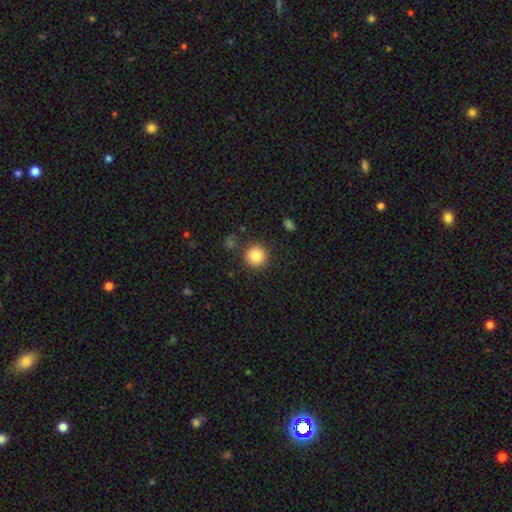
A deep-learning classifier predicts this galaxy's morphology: Smooth or featured? smooth (84%)
How rounded? round (94%)
Merging? none (87%)